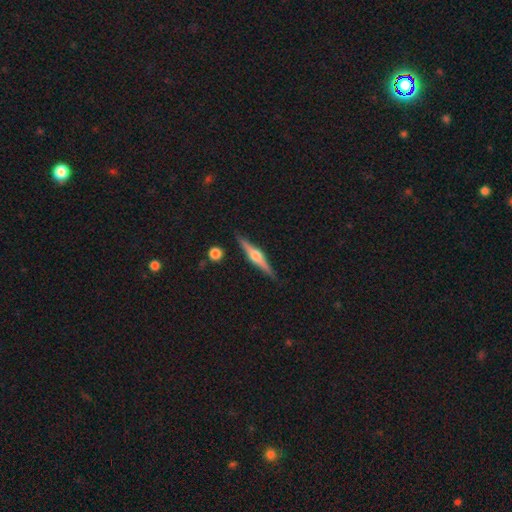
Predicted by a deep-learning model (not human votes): smooth_or_featured: featured or disk (p=0.76) [alt: smooth p=0.18]
disk_edge_on: yes (p=0.98) [alt: no p=0.02]
edge_on_bulge: rounded (p=0.93) [alt: boxy p=0.05]
merging: none (p=0.89) [alt: minor disturbance p=0.08]